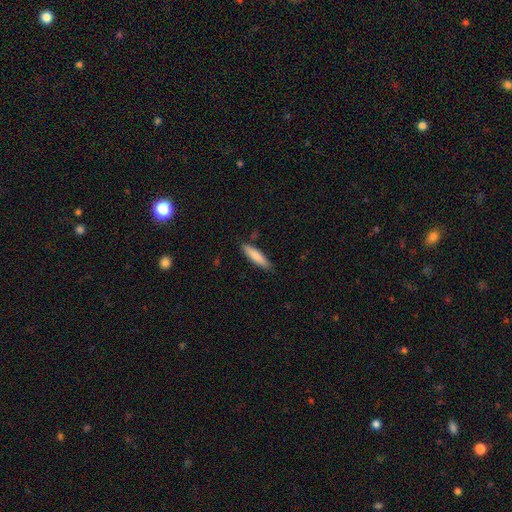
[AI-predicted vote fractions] This is clearly a smooth galaxy (83%). How rounded: likely cigar-shaped (79%). Merging: clearly none (85%).